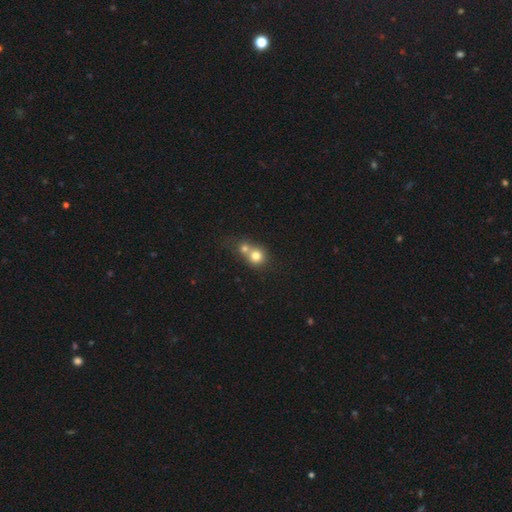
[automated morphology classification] This is likely a smooth galaxy (75%). How rounded: clearly round (84%). Merging: likely merger (60%).